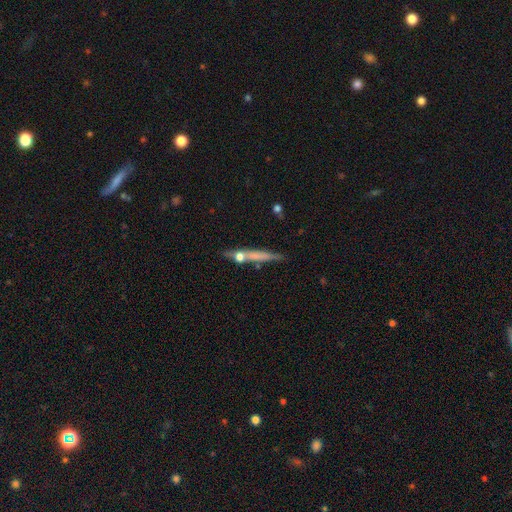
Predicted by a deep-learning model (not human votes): A featured or disk galaxy (48%). Merging: none (71%).